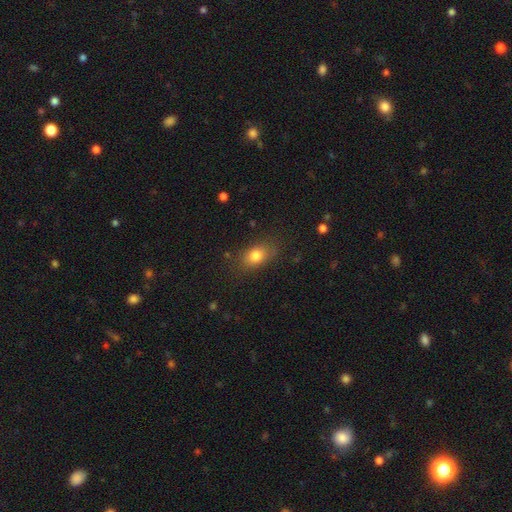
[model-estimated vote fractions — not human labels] A smooth galaxy with no disk features (80%) that is in between round and cigar-shaped (75%).

Vote fractions:
- Smooth or featured? smooth: 80% / star or artifact: 10% / featured or disk: 10%
- How rounded? in between: 75% / round: 22% / cigar-shaped: 3%
- Merging? none: 78% / minor disturbance: 15% / major disturbance: 5% / merger: 2%